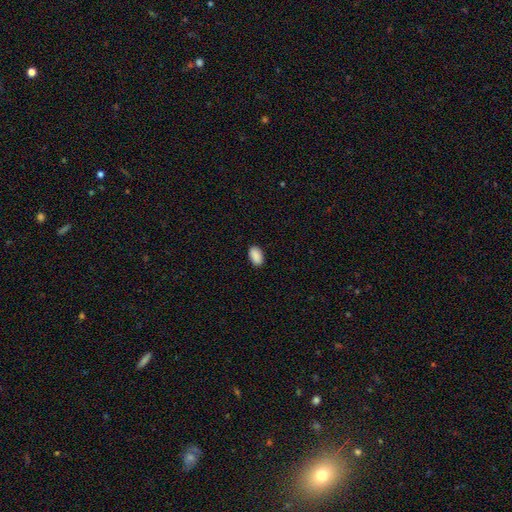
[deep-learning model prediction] smooth_or_featured: smooth (p=0.91) [alt: star or artifact p=0.07]
how_rounded: in between (p=0.93) [alt: round p=0.05]
merging: none (p=0.89) [alt: minor disturbance p=0.08]